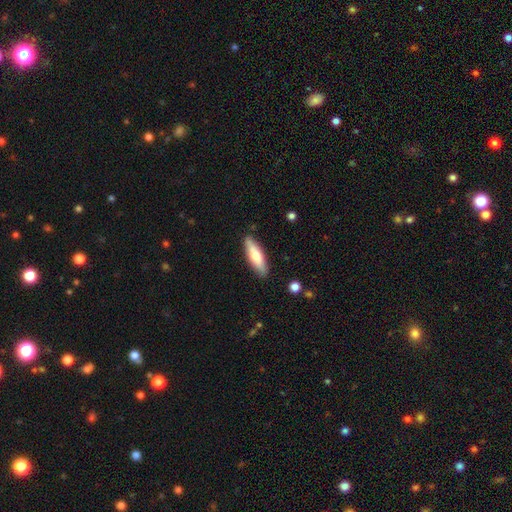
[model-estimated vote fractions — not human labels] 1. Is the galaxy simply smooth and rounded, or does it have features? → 63% smooth, 32% featured or disk, 6% star or artifact.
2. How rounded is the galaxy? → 60% cigar-shaped, 38% in between, 2% round.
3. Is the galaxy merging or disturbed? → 86% none, 10% minor disturbance, 2% major disturbance, 2% merger.